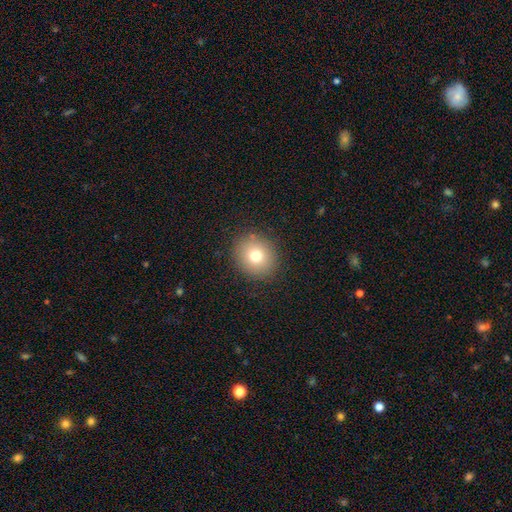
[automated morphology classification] Smooth or featured: smooth — 75% (star or artifact — 13%)
How rounded: round — 83% (in between — 16%)
Merging: none — 88% (minor disturbance — 8%)